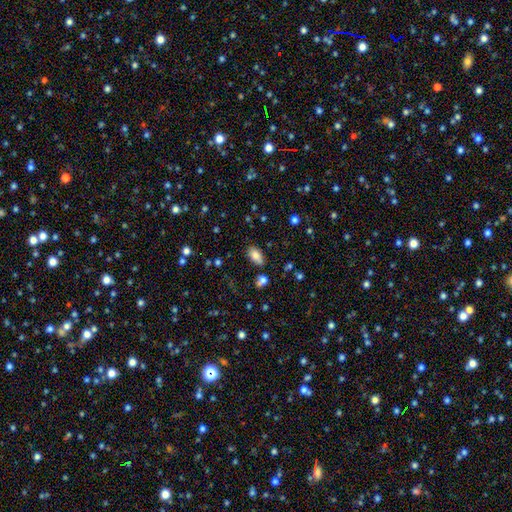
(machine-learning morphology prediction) type=smooth (81%); roundness=in between (92%); merging=none (69%).